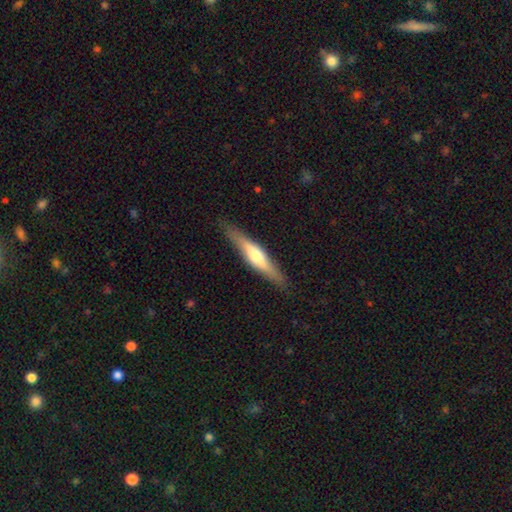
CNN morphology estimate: Smooth or featured? featured or disk (56%)
Edge-on disk? yes (94%)
Edge-on bulge? rounded (80%)
Merging? none (87%)